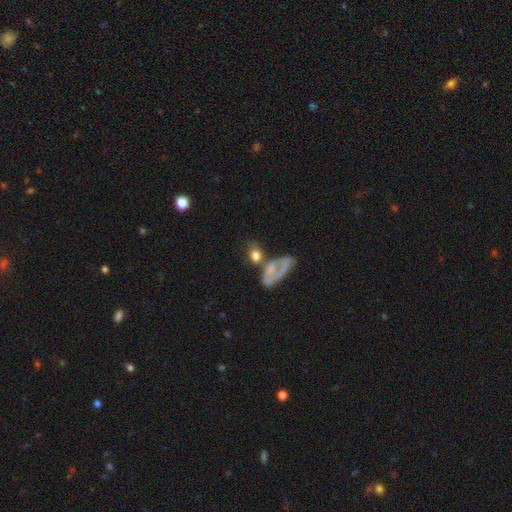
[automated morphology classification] Smooth or featured?
  - smooth: 68% *
  - featured or disk: 22%
  - star or artifact: 10%
How rounded?
  - in between: 51% *
  - round: 45%
  - cigar-shaped: 4%
Merging?
  - none: 46% *
  - merger: 26%
  - minor disturbance: 16%
  - major disturbance: 12%